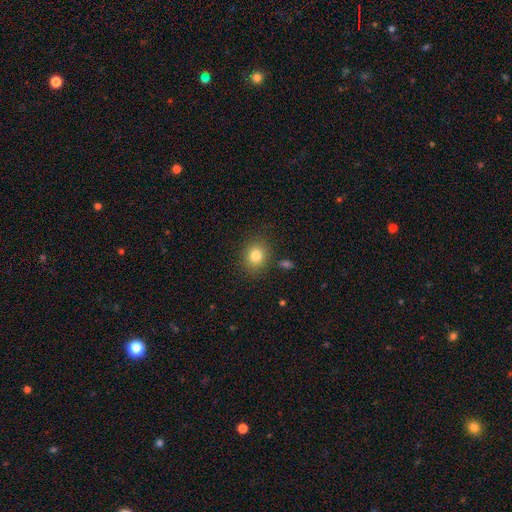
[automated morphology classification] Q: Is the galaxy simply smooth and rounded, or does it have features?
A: smooth — 81%.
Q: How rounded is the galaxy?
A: round — 71%.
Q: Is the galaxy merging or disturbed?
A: none — 85%.